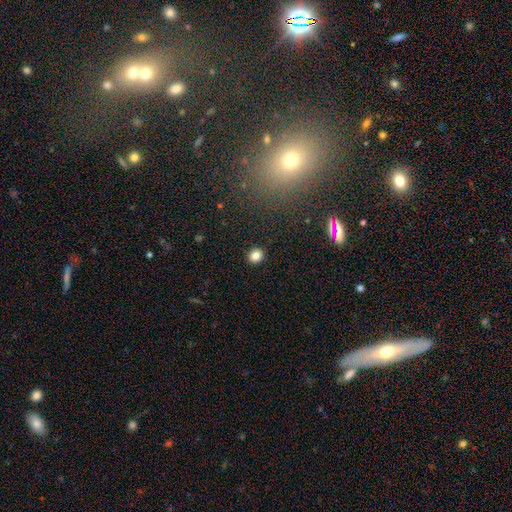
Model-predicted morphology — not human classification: This appears to be a smooth galaxy with no disk features (83%) that is round (76%). Merging: none (91%).